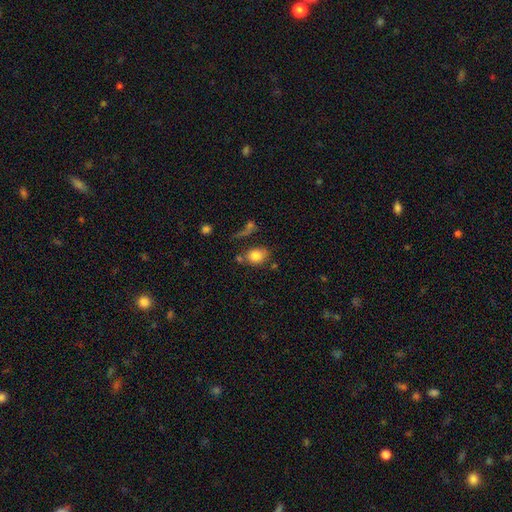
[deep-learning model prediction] Morphology: type=smooth (82%); roundness=in between (50%); merging=none (61%).